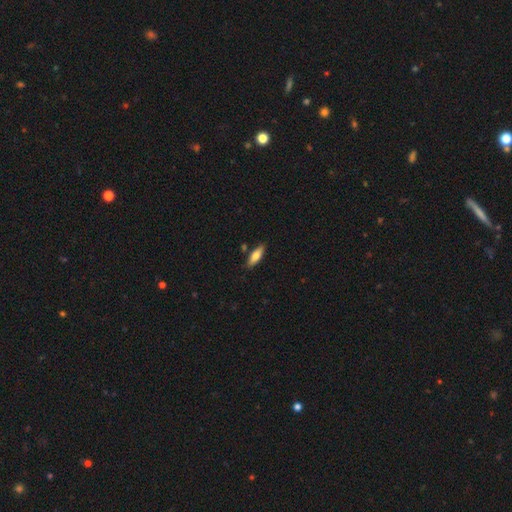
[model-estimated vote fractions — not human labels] This is likely a smooth galaxy (71%). How rounded: possibly in between (60%). Merging: clearly none (82%).